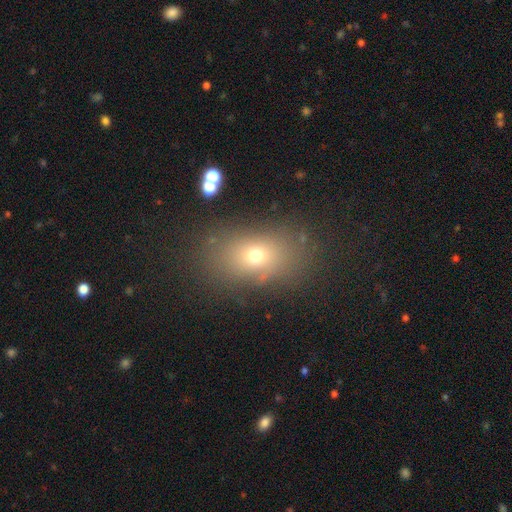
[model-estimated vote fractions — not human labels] Smooth or featured?
  - smooth: 64% *
  - star or artifact: 19%
  - featured or disk: 16%
How rounded?
  - in between: 72% *
  - round: 26%
  - cigar-shaped: 3%
Merging?
  - none: 76% *
  - minor disturbance: 13%
  - major disturbance: 7%
  - merger: 3%